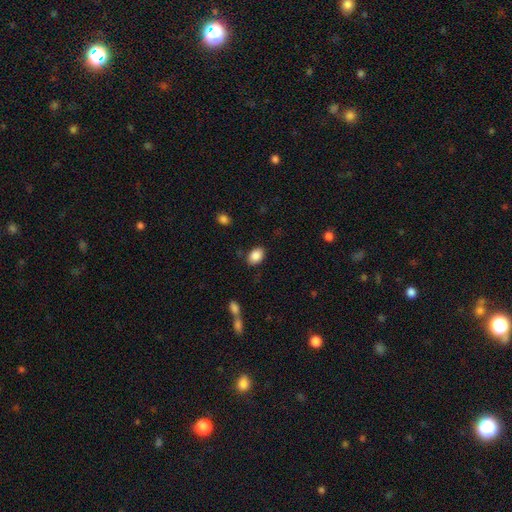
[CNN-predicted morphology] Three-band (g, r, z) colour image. It shows a smooth galaxy with no disk features (88%) that is in between round and cigar-shaped (83%). Merging: none (83%).